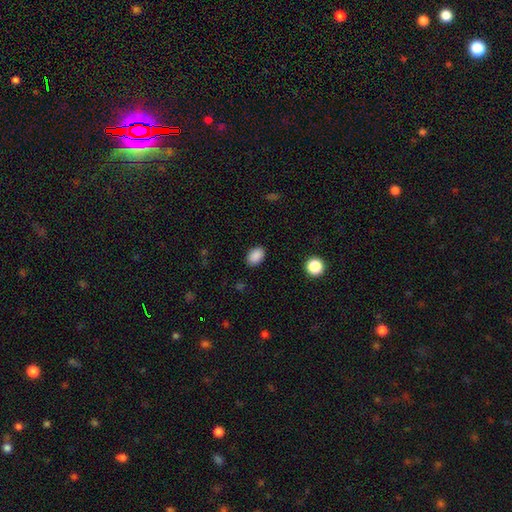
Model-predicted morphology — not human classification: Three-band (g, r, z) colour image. It shows a smooth galaxy with no disk features (89%) that is in between round and cigar-shaped (83%). Merging: none (88%).